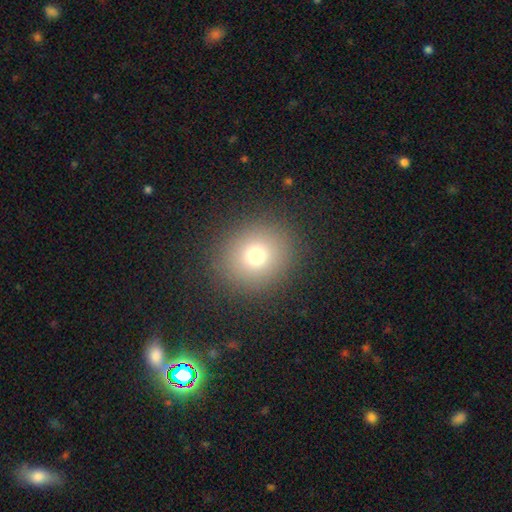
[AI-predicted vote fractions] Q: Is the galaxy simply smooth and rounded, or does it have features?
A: smooth — 74%.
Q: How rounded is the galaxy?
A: round — 81%.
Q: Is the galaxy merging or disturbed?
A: none — 89%.